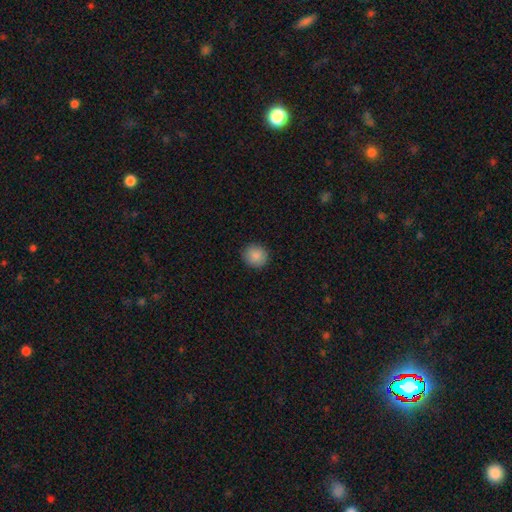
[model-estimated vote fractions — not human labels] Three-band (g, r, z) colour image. It shows a smooth galaxy with no disk features (88%) that is round (88%). Merging: none (91%).